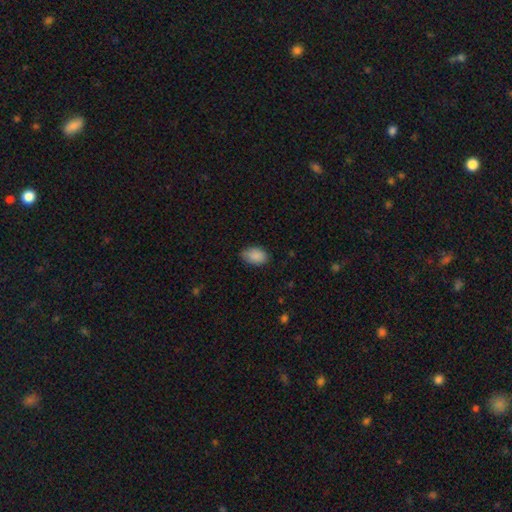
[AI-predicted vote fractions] This appears to be a smooth galaxy with no disk features (89%) that is in between round and cigar-shaped (89%). Merging: none (79%).